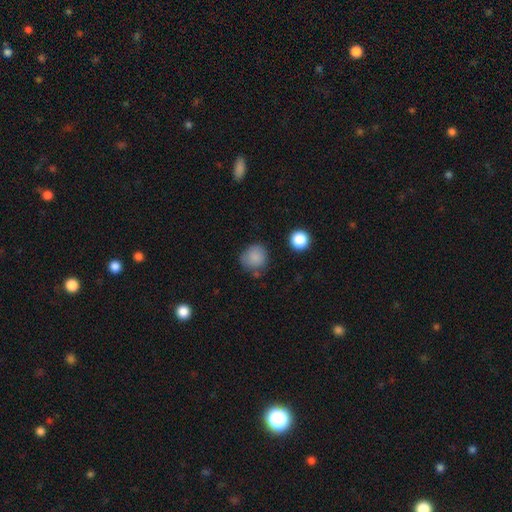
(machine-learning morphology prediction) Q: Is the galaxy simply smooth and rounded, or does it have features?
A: smooth — 84%.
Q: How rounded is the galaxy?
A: round — 86%.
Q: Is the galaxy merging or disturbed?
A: none — 71%.